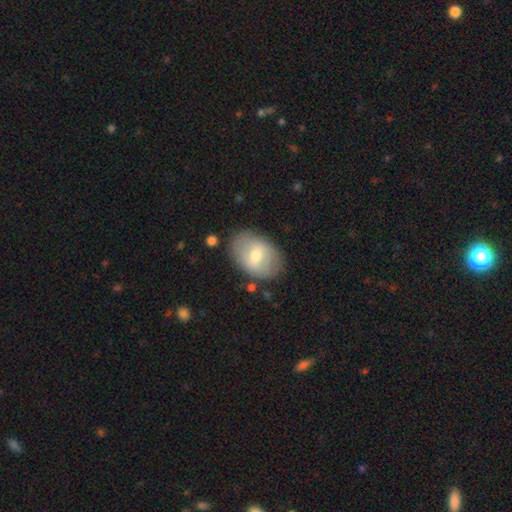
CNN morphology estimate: Smooth or featured? Predicted: smooth (p=0.54). How rounded? Predicted: in between (p=0.77). Merging? Predicted: none (p=0.80).